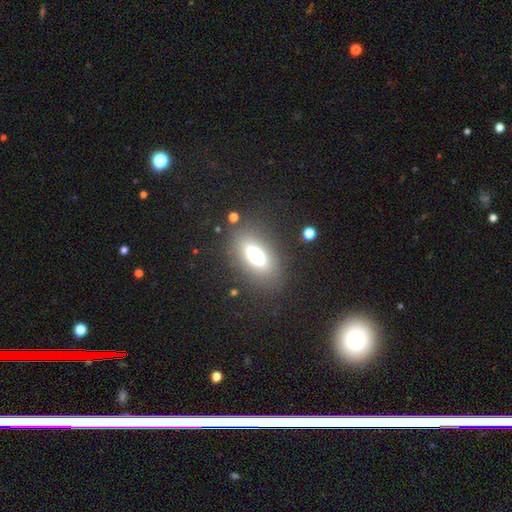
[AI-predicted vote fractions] The model was most divided on "smooth or featured": smooth: 66%, featured or disk: 20%, star or artifact: 14%. More confident: how rounded — in between (81%); merging — none (80%).